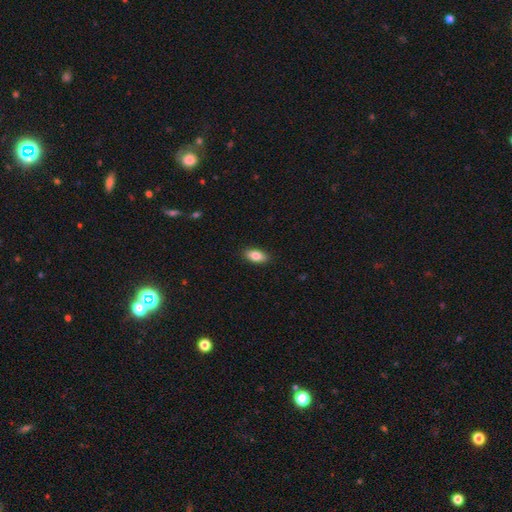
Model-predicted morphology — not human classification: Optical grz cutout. It shows a smooth galaxy with no disk features (85%) that is in between round and cigar-shaped (90%). Merging: none (89%).